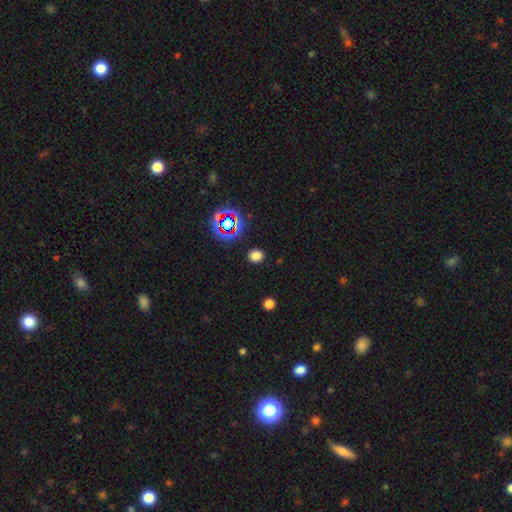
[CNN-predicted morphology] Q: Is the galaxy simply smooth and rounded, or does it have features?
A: smooth — 75%.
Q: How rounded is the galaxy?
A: round — 62%.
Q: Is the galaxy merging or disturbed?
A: none — 89%.